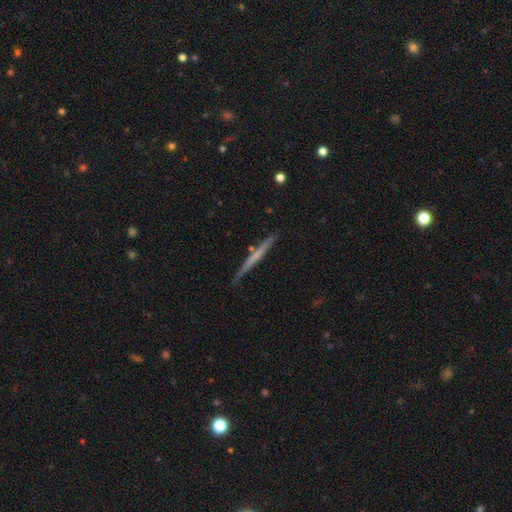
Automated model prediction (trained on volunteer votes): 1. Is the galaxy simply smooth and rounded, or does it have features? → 52% featured or disk, 43% smooth, 5% star or artifact.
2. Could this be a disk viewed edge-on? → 97% yes, 3% no.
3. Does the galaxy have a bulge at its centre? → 83% none, 13% rounded, 5% boxy.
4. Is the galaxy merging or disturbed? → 85% none, 11% minor disturbance, 2% merger, 2% major disturbance.